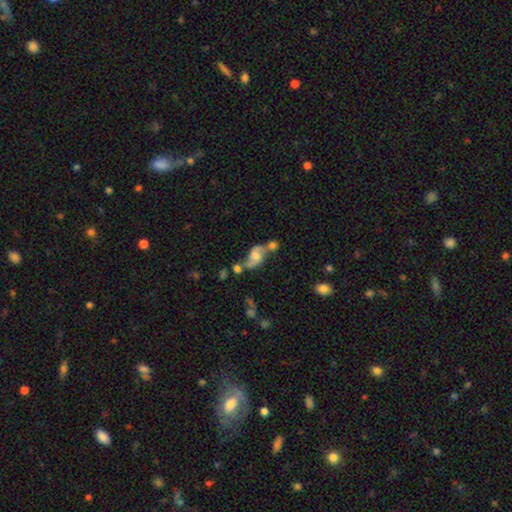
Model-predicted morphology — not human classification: This is likely a featured or disk galaxy (67%). It is clearly not viewed edge-on (95%). Bar: possibly no (54%). Spiral arm pattern: clearly yes (88%). Spiral arm count: clearly 2 (90%). Spiral winding: likely loose (69%). Central bulge: marginally moderate (37%). Merging: marginally merger (39%).